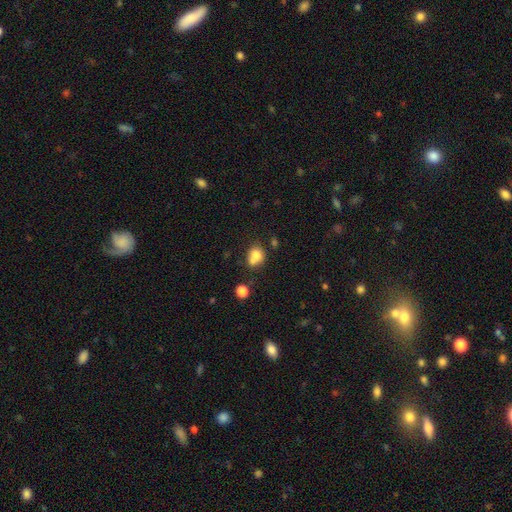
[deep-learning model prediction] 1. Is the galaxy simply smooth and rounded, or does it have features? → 76% smooth, 12% featured or disk, 11% star or artifact.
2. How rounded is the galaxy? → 59% round, 40% in between, 1% cigar-shaped.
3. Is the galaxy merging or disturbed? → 40% none, 37% merger, 16% minor disturbance, 7% major disturbance.